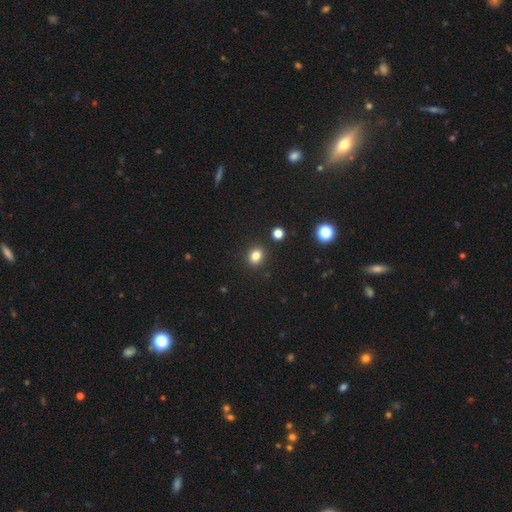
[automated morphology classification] Smooth or featured: smooth — 81% (star or artifact — 14%)
How rounded: round — 66% (in between — 33%)
Merging: none — 88% (minor disturbance — 7%)